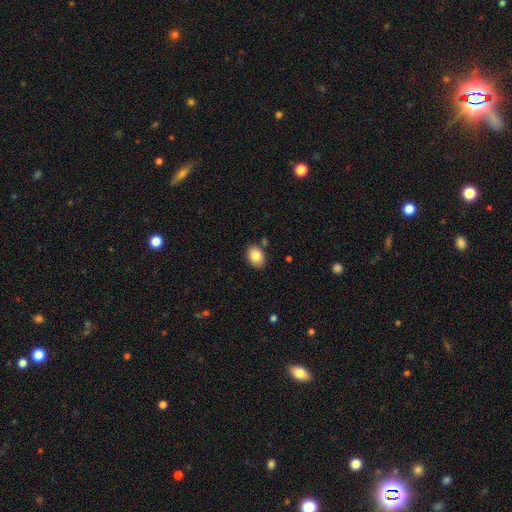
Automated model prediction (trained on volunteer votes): smooth-or-featured: smooth: 85% | star or artifact: 8% | featured or disk: 7%
  how-rounded: in between: 66% | round: 33% | cigar-shaped: 1%
  merging: none: 84% | minor disturbance: 10% | merger: 4% | major disturbance: 2%